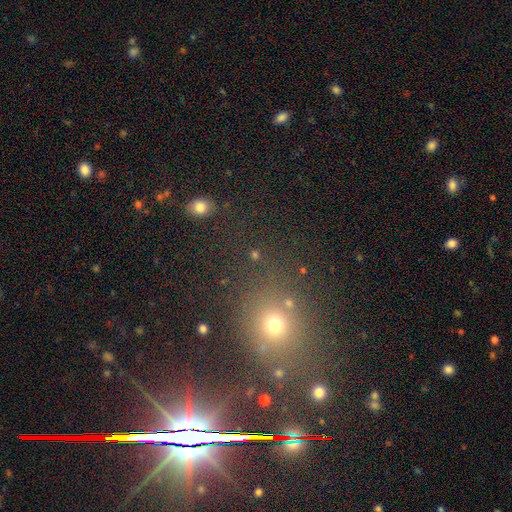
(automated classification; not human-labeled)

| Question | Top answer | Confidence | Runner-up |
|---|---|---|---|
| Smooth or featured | smooth | 52% | star or artifact (37%) |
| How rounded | round | 70% | in between (27%) |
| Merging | none | 75% | minor disturbance (10%) |